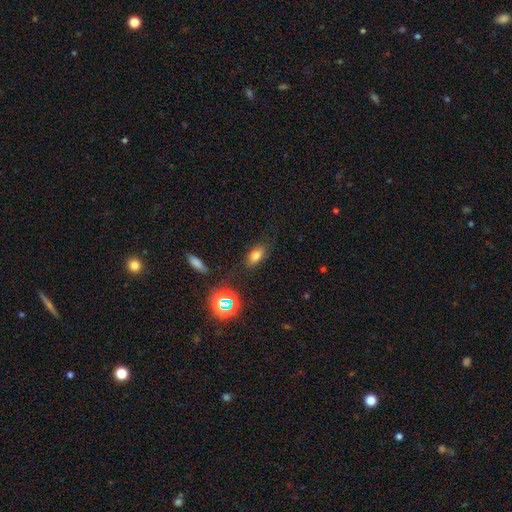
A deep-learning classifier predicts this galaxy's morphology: Overall: smooth (71%). How rounded: in between (82%). Merging: none (81%).